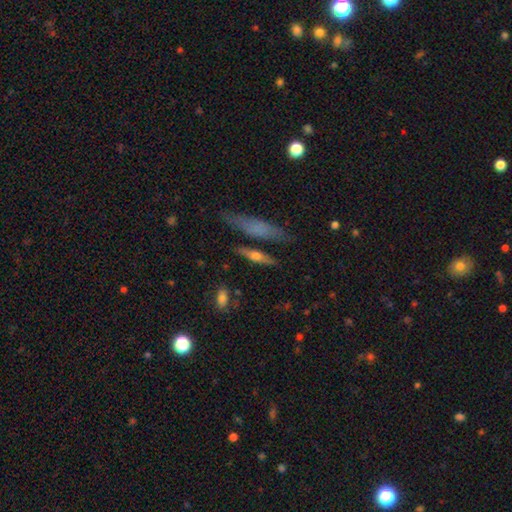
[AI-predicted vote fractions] A featured or disk galaxy (50%).

Vote fractions:
- Smooth or featured? featured or disk: 50% / smooth: 43% / star or artifact: 8%
- Merging? none: 77% / minor disturbance: 14% / merger: 6% / major disturbance: 4%